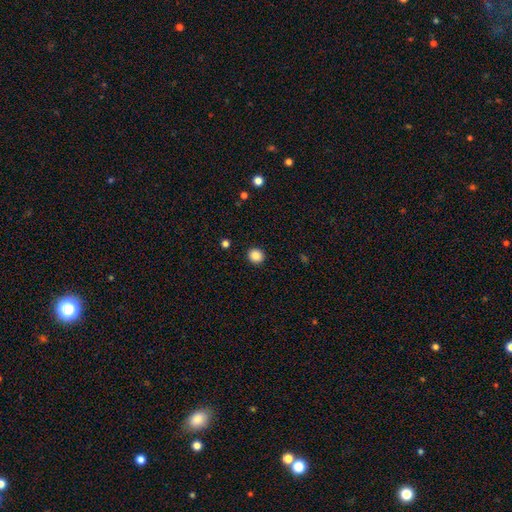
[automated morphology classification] smooth_or_featured: smooth (p=0.87) [alt: star or artifact p=0.10]
how_rounded: round (p=0.87) [alt: in between p=0.12]
merging: none (p=0.92) [alt: minor disturbance p=0.05]